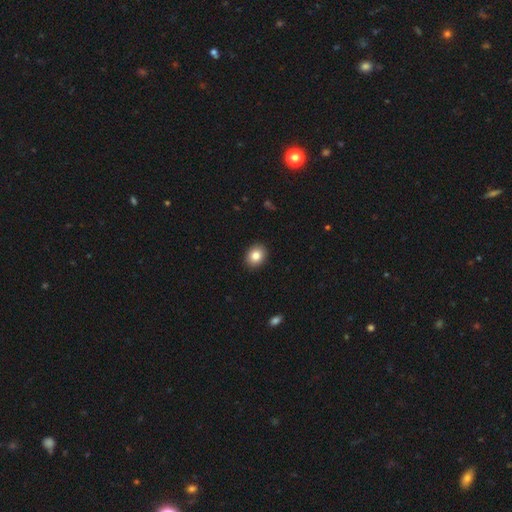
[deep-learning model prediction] A smooth galaxy with no disk features (84%) that is round (53%).

Vote fractions:
- Smooth or featured? smooth: 84% / star or artifact: 9% / featured or disk: 7%
- How rounded? round: 53% / in between: 46% / cigar-shaped: 1%
- Merging? none: 92% / minor disturbance: 6% / major disturbance: 2% / merger: 1%